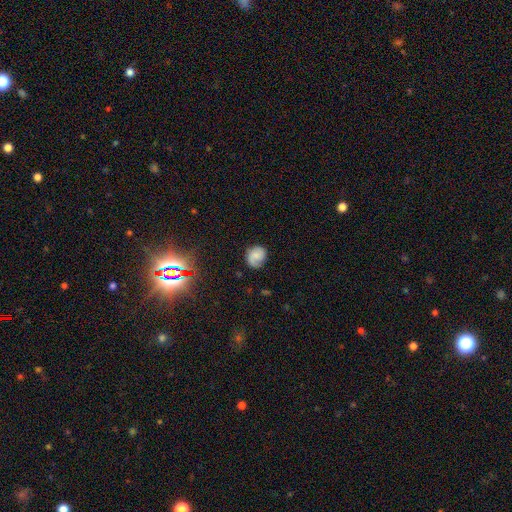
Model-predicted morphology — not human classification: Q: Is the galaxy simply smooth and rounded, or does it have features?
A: smooth — 51%.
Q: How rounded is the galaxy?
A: round — 69%.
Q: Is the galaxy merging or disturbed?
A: none — 70%.